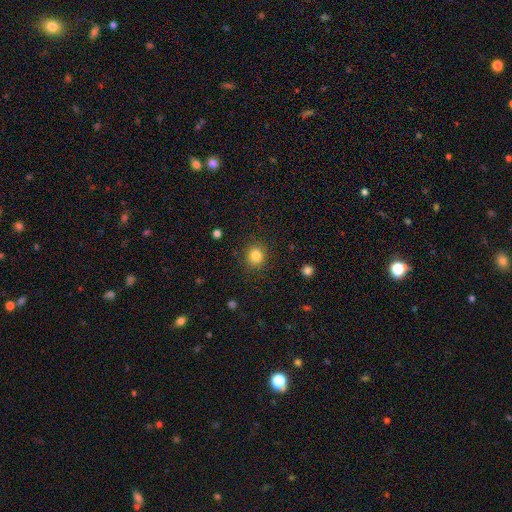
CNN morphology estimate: smooth 83%, star or artifact 12%, featured or disk 5%. Down the decision tree: how rounded — round (89%); merging — none (89%).